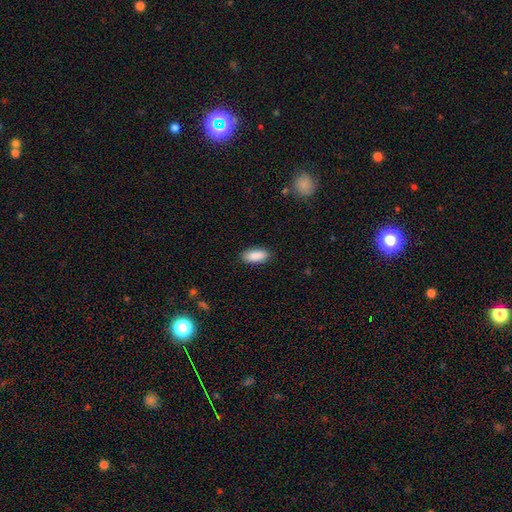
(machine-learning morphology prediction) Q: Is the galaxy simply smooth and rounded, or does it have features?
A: smooth — 90%.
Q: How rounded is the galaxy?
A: in between — 87%.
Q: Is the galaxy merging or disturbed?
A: none — 88%.